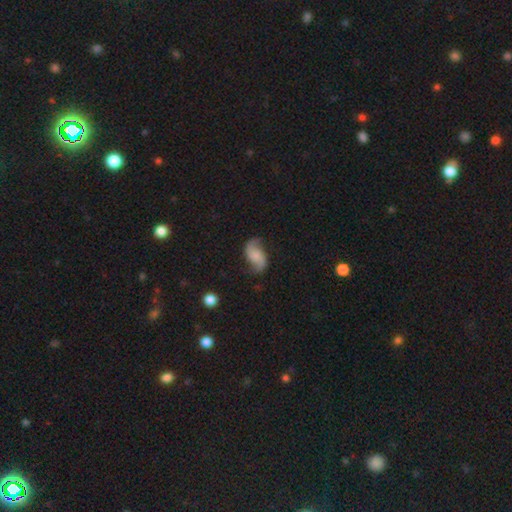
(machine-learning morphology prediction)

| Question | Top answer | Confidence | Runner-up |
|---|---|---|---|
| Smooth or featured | featured or disk | 77% | smooth (17%) |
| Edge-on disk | no | 98% | yes (2%) |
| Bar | no | 58% | weak (33%) |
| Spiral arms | yes | 95% | no (5%) |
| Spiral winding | loose | 72% | medium (22%) |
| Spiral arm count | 2 | 93% | can't tell (2%) |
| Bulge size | none | 43% | small (30%) |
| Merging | none | 74% | minor disturbance (17%) |